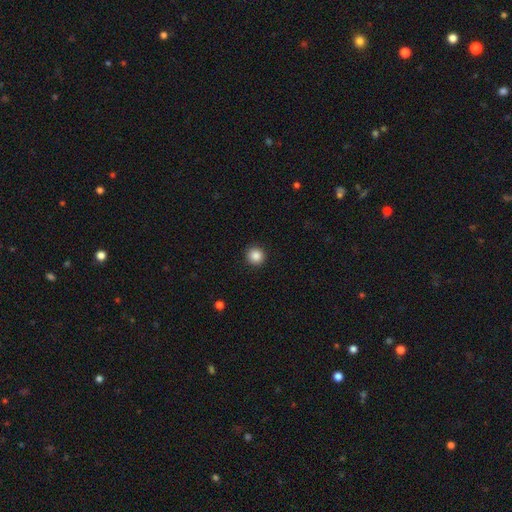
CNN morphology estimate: smooth_or_featured: smooth (p=0.87) [alt: star or artifact p=0.10]
how_rounded: round (p=0.95) [alt: in between p=0.04]
merging: none (p=0.93) [alt: minor disturbance p=0.05]